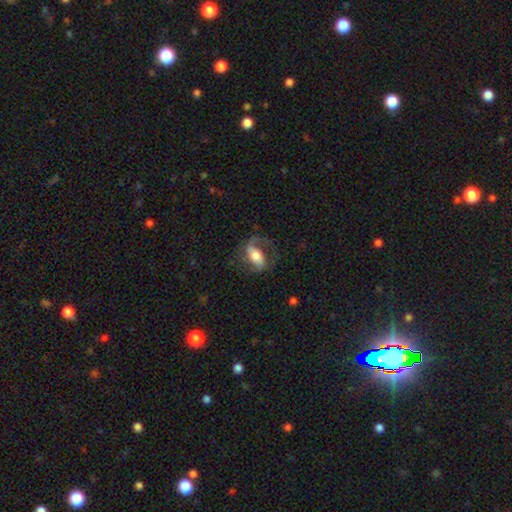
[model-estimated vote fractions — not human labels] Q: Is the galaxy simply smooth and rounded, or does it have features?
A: featured or disk — 64%.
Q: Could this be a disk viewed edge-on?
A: no — 94%.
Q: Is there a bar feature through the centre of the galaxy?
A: strong — 38%.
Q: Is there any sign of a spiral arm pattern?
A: yes — 86%.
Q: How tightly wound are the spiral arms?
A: medium — 47%.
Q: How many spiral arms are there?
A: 2 — 72%.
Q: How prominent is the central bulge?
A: moderate — 51%.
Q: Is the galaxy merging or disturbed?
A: none — 59%.